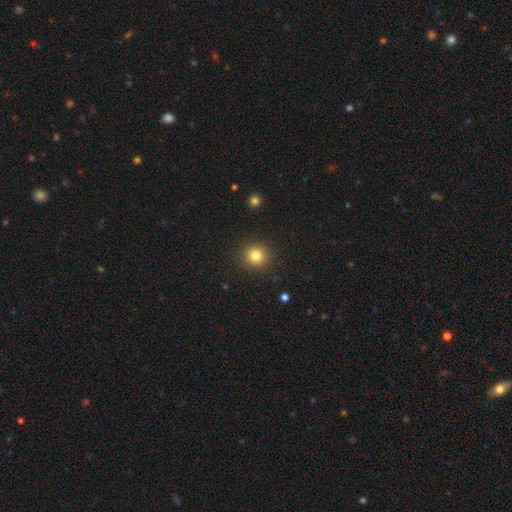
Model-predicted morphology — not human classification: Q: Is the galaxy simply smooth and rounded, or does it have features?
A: smooth — 82%.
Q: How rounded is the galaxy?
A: round — 93%.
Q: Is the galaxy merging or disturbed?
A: none — 91%.